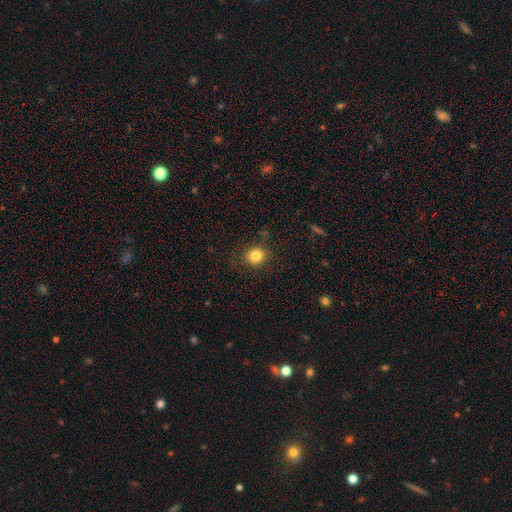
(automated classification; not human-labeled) smooth_or_featured: smooth (p=0.82) [alt: star or artifact p=0.11]
how_rounded: round (p=0.85) [alt: in between p=0.15]
merging: none (p=0.85) [alt: minor disturbance p=0.10]